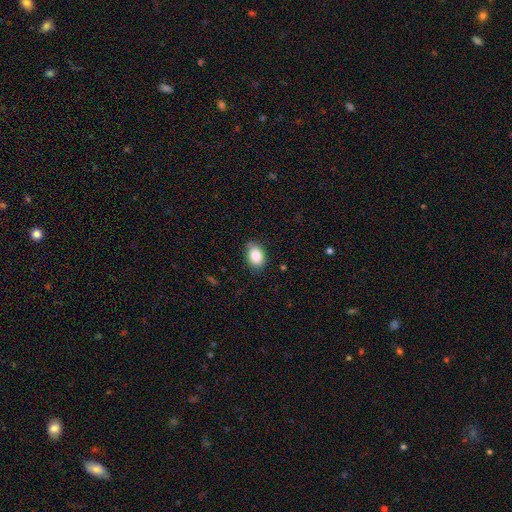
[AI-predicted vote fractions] A smooth galaxy with no disk features (86%) that is in between round and cigar-shaped (84%). Merging: none (79%).